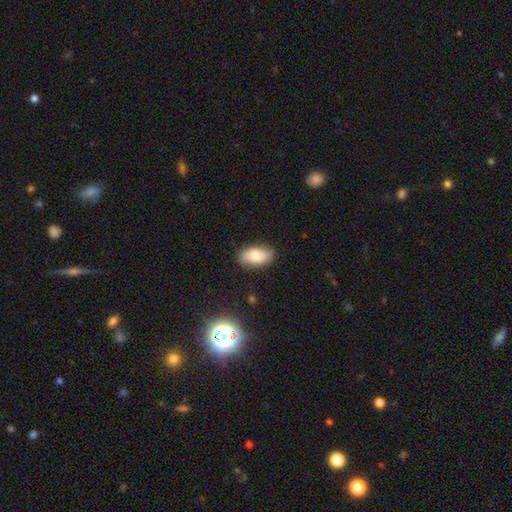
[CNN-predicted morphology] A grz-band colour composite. It shows a smooth galaxy with no disk features (77%) that is in between round and cigar-shaped (93%). Merging: none (80%).